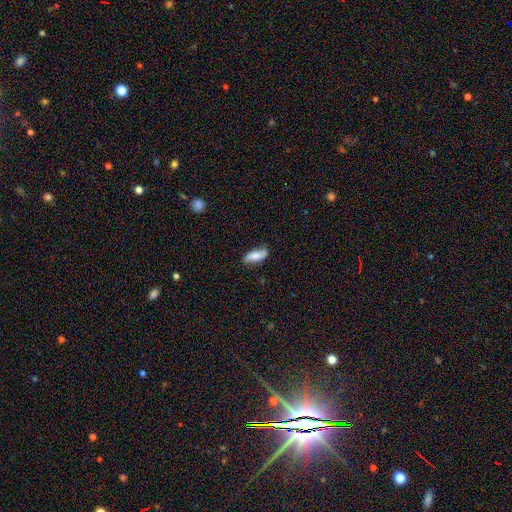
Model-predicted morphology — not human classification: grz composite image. It shows a smooth galaxy with no disk features (65%) that is in between round and cigar-shaped (72%). Merging: none (72%).